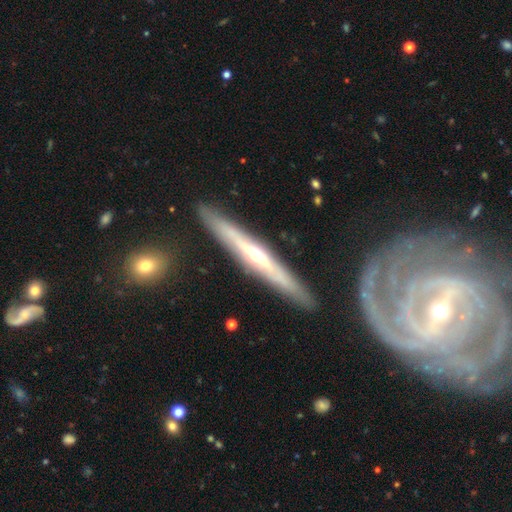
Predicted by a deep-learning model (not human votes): Smooth or featured? featured or disk (76%)
Edge-on disk? yes (89%)
Edge-on bulge? rounded (76%)
Merging? none (85%)